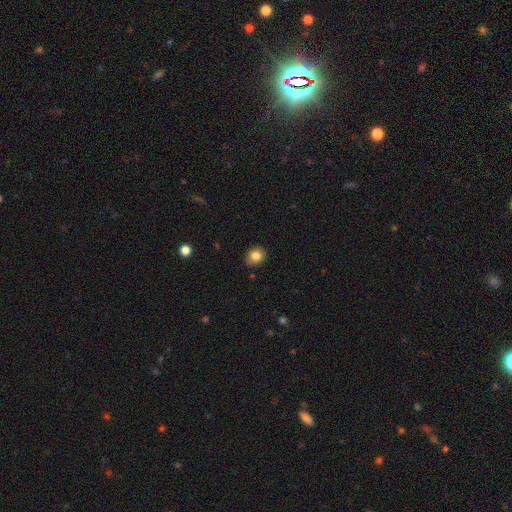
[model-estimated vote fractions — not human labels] Q: Smooth or featured?
A: smooth (83%); runner-up: star or artifact (10%)
Q: How rounded?
A: round (63%); runner-up: in between (36%)
Q: Merging?
A: none (79%); runner-up: minor disturbance (17%)